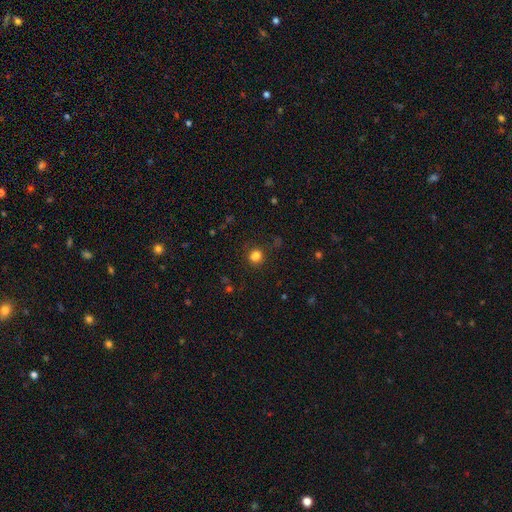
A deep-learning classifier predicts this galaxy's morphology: A smooth galaxy with no disk features (82%) that is round (82%). Merging: none (82%).